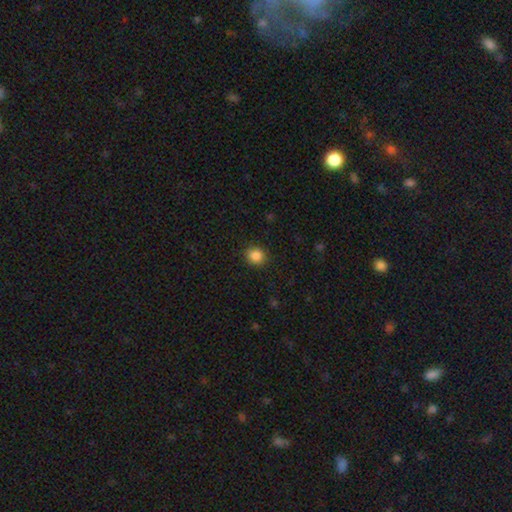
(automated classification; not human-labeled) A smooth galaxy with no disk features (86%) that is round (85%).

Vote fractions:
- Smooth or featured? smooth: 86% / star or artifact: 10% / featured or disk: 3%
- How rounded? round: 85% / in between: 14% / cigar-shaped: 1%
- Merging? none: 90% / minor disturbance: 7% / major disturbance: 2% / merger: 1%